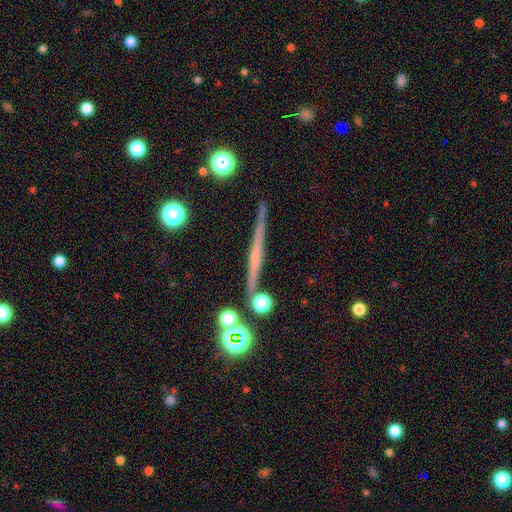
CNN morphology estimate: This is likely a featured or disk galaxy (65%). It is clearly viewed edge-on (97%). Edge-on bulge: likely none (60%). Merging: clearly none (88%).